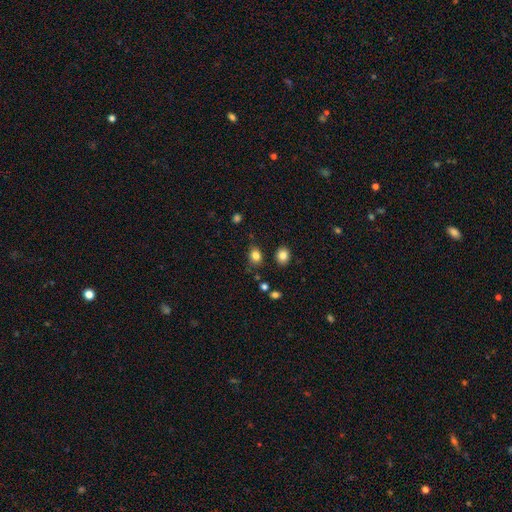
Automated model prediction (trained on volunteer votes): smooth 83%, star or artifact 11%, featured or disk 6%. Down the decision tree: how rounded — in between (55%); merging — none (79%).